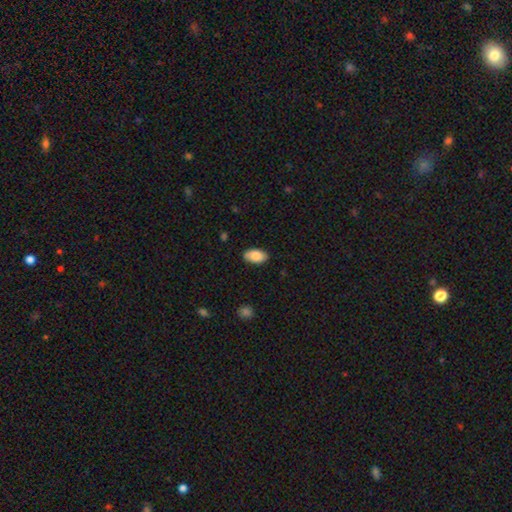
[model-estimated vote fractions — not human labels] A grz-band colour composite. It shows a smooth galaxy with no disk features (84%) that is in between round and cigar-shaped (94%). Merging: none (83%).